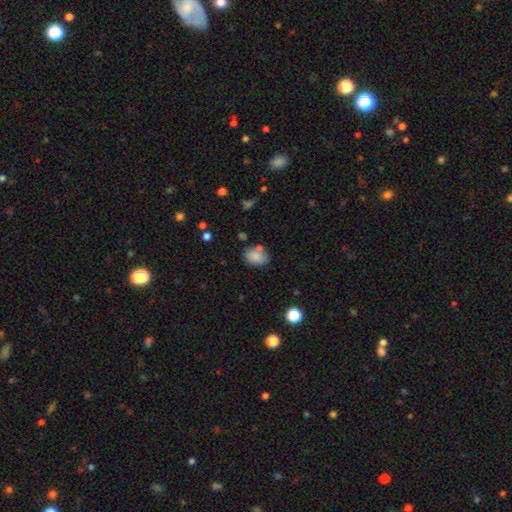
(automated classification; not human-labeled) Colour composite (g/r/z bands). It shows a smooth galaxy with no disk features (82%) that is in between round and cigar-shaped (61%). Merging: none (64%).